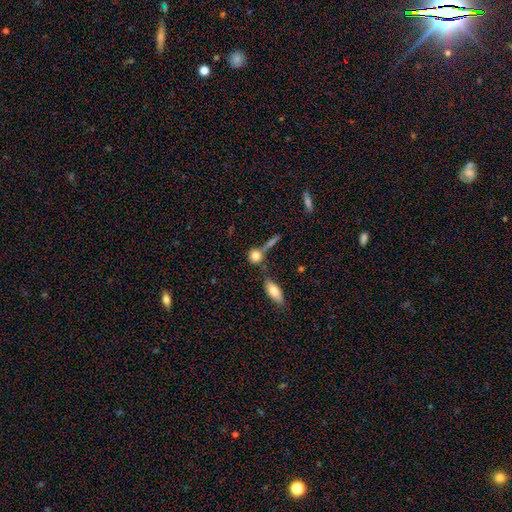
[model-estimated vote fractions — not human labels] Morphology: type=smooth (79%); roundness=round (76%); merging=none (57%).